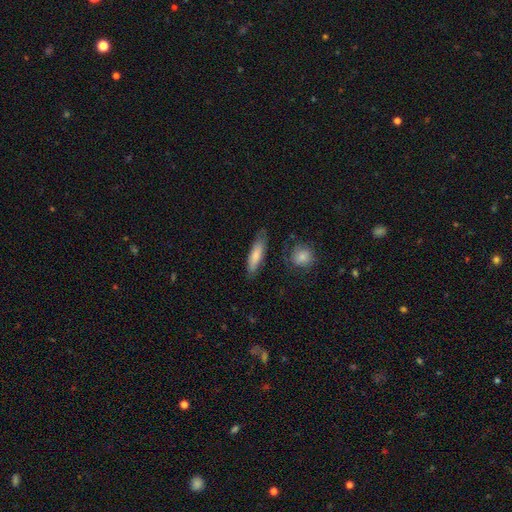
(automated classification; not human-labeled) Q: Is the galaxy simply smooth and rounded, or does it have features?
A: smooth — 77%.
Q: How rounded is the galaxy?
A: cigar-shaped — 64%.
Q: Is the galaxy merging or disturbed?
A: none — 75%.